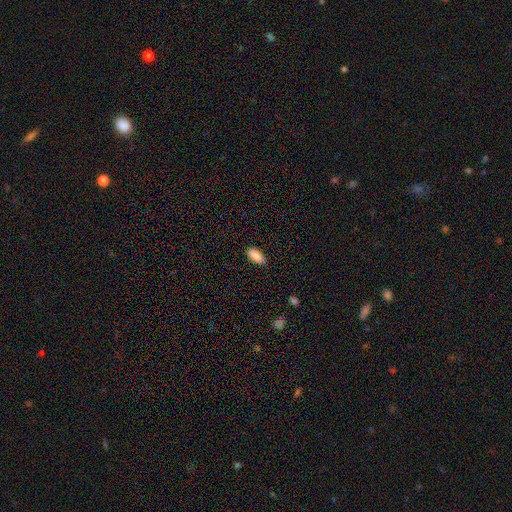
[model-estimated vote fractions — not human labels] Smooth or featured? smooth (89%)
How rounded? in between (92%)
Merging? none (86%)